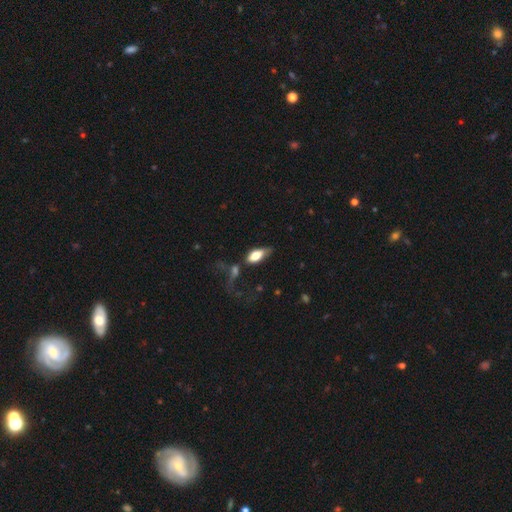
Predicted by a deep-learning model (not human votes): Overall: smooth (72%). How rounded: in between (85%). Merging: none (39%; minor disturbance 25%).